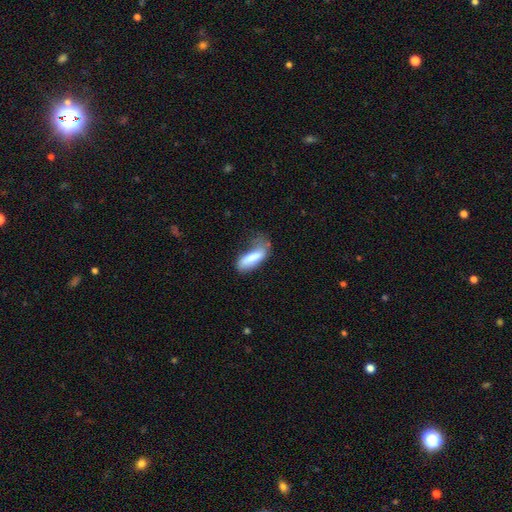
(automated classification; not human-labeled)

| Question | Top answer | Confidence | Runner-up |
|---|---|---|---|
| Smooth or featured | smooth | 77% | featured or disk (17%) |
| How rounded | in between | 61% | cigar-shaped (37%) |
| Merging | minor disturbance | 37% | none (31%) |